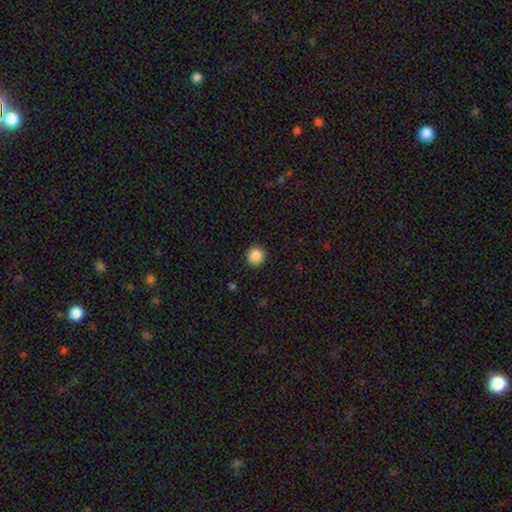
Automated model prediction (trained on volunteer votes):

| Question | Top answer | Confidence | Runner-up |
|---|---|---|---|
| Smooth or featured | smooth | 88% | star or artifact (9%) |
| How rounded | round | 95% | in between (4%) |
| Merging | none | 92% | minor disturbance (6%) |